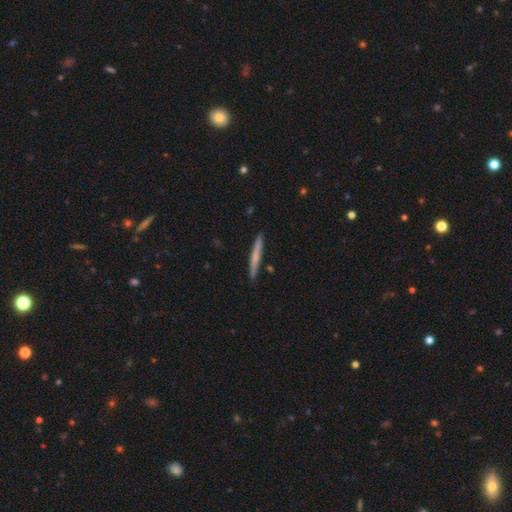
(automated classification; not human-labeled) This appears to be a smooth galaxy with no disk features (54%) that is cigar-shaped (96%). Merging: none (90%).